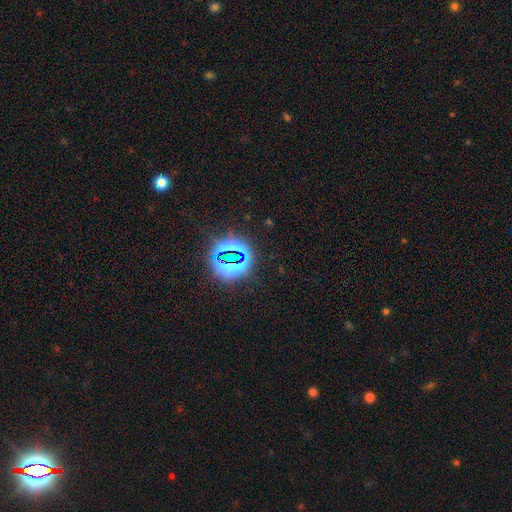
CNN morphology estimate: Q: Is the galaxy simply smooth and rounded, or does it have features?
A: star or artifact — 79%.